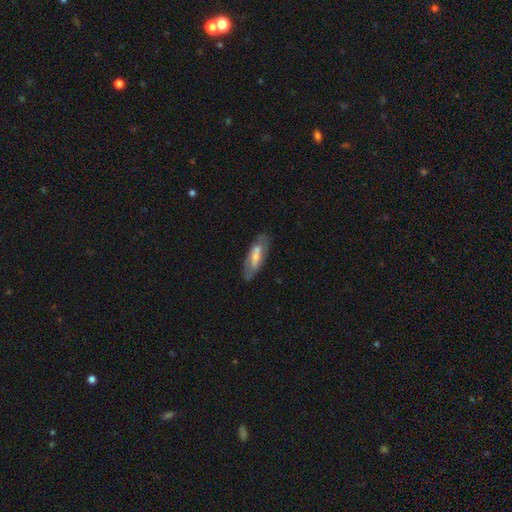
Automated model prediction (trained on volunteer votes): Smooth or featured? smooth (54%)
How rounded? in between (55%)
Merging? none (70%)